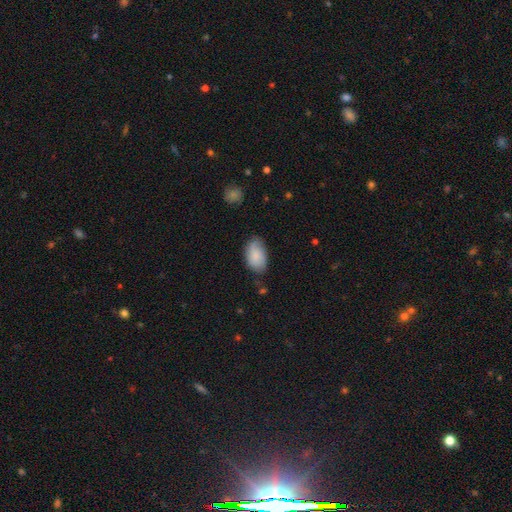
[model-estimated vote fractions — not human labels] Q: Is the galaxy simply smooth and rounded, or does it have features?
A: smooth — 78%.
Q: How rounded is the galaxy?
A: in between — 93%.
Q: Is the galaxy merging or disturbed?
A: none — 65%.